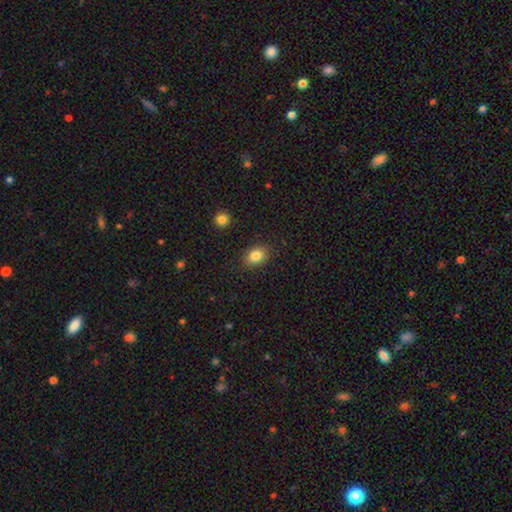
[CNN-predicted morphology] smooth_or_featured: smooth (p=0.84) [alt: star or artifact p=0.09]
how_rounded: in between (p=0.72) [alt: round p=0.27]
merging: none (p=0.85) [alt: minor disturbance p=0.10]